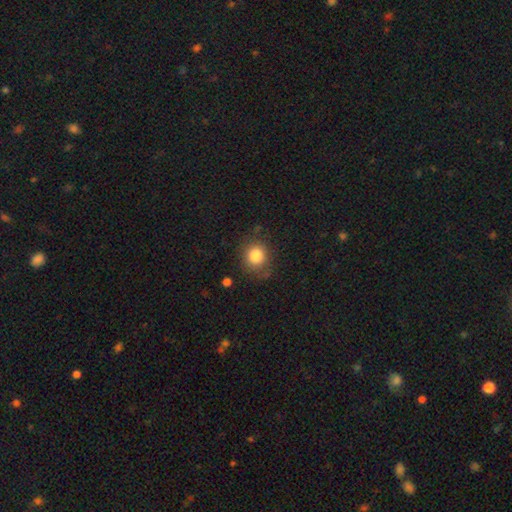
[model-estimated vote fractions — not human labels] A smooth galaxy with no disk features (82%) that is round (81%).

Vote fractions:
- Smooth or featured? smooth: 82% / star or artifact: 11% / featured or disk: 7%
- How rounded? round: 81% / in between: 18% / cigar-shaped: 1%
- Merging? none: 77% / minor disturbance: 15% / major disturbance: 5% / merger: 2%